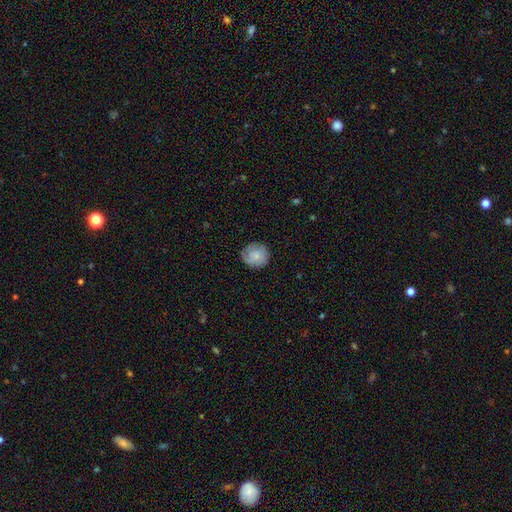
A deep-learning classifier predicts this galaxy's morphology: smooth-or-featured: smooth: 70% | featured or disk: 22% | star or artifact: 8%
  how-rounded: round: 88% | in between: 11% | cigar-shaped: 1%
  merging: none: 77% | minor disturbance: 17% | major disturbance: 4% | merger: 1%